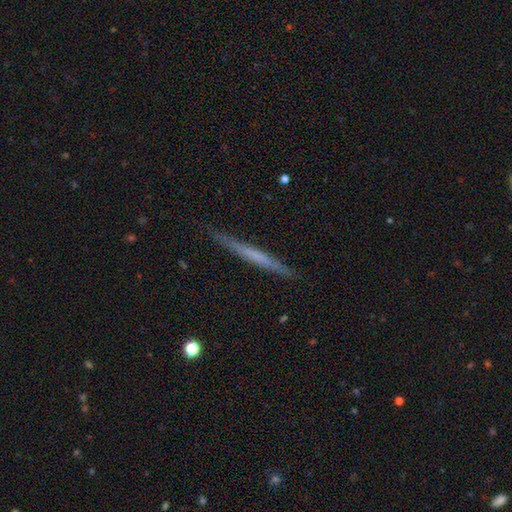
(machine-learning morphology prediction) type=featured or disk (52%); edge-on=yes (97%); edge-on bulge=none (85%); merging=none (89%).